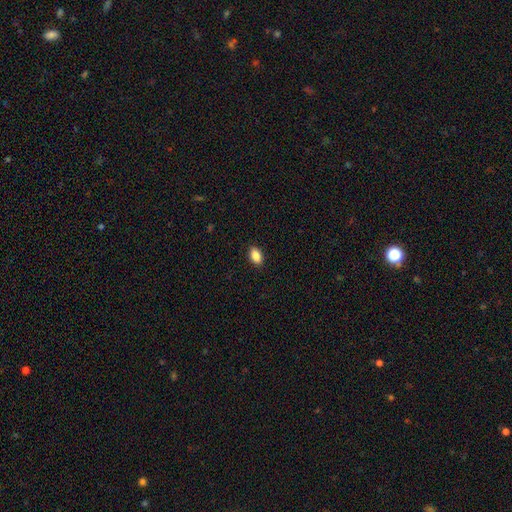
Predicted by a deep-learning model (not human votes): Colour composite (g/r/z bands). It shows a smooth galaxy with no disk features (88%) that is in between round and cigar-shaped (90%). Merging: none (90%).